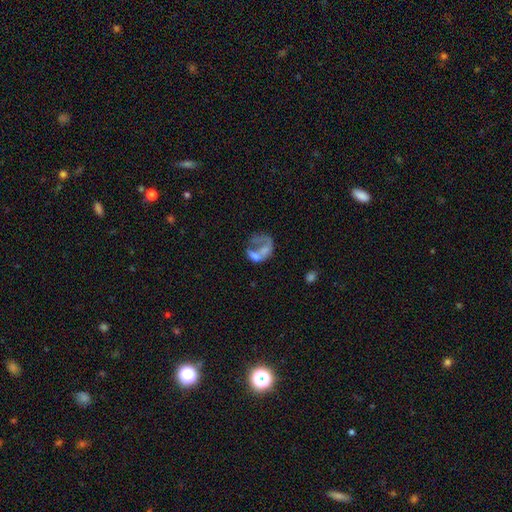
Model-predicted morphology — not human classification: Smooth or featured?
  - featured or disk: 49% *
  - smooth: 33%
  - star or artifact: 18%
Merging?
  - merger: 32% * (tied)
  - major disturbance: 32% * (tied)
  - none: 25%
  - minor disturbance: 11%